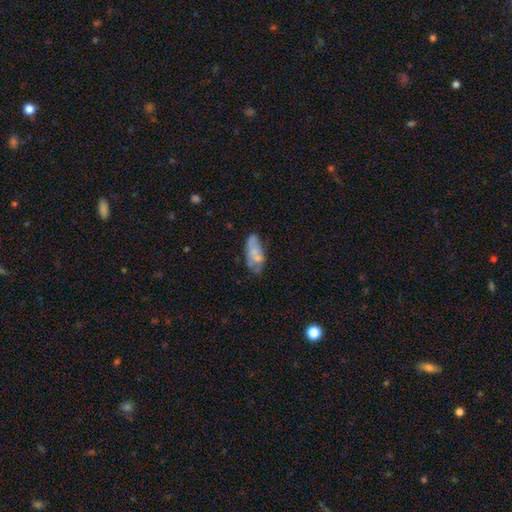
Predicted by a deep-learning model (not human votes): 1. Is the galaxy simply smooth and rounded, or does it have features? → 54% smooth, 37% featured or disk, 9% star or artifact.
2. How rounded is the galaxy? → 81% in between, 16% cigar-shaped, 3% round.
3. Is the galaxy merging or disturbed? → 51% none, 26% minor disturbance, 12% major disturbance, 11% merger.